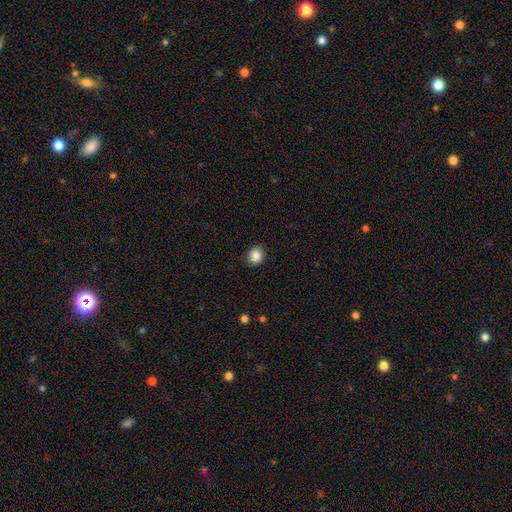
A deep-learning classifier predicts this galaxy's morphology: Smooth or featured?
  - smooth: 86% *
  - star or artifact: 9%
  - featured or disk: 4%
How rounded?
  - round: 77% *
  - in between: 22%
  - cigar-shaped: 1%
Merging?
  - none: 87% *
  - minor disturbance: 10%
  - major disturbance: 2%
  - merger: 1%